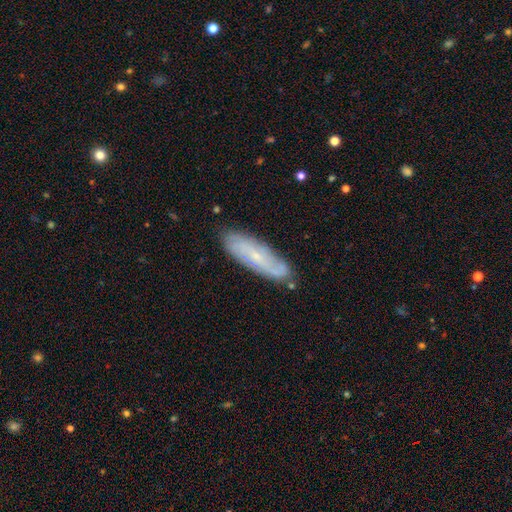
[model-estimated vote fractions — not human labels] smooth-or-featured: featured or disk: 62% | smooth: 30% | star or artifact: 7%
  disk-edge-on: no: 77% | yes: 23%
  merging: none: 82% | minor disturbance: 14% | major disturbance: 3% | merger: 2%